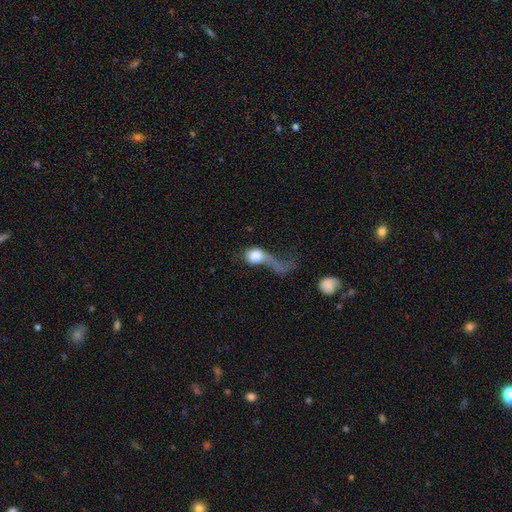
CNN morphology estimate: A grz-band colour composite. It shows a smooth galaxy with no disk features (65%) that is round (58%). Merging: major disturbance (67%).